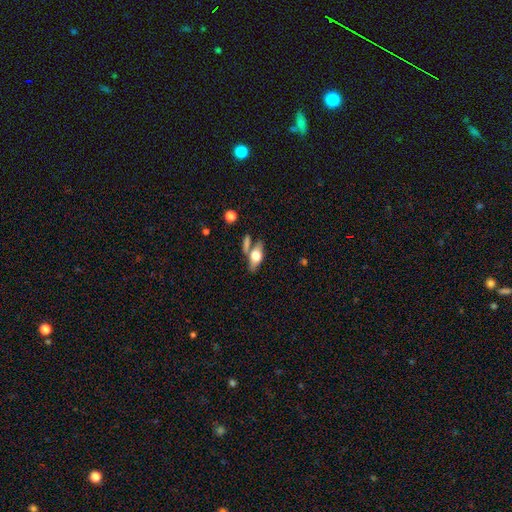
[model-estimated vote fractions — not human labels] A smooth galaxy with no disk features (50%) that is in between round and cigar-shaped (70%). Merging: none (60%).